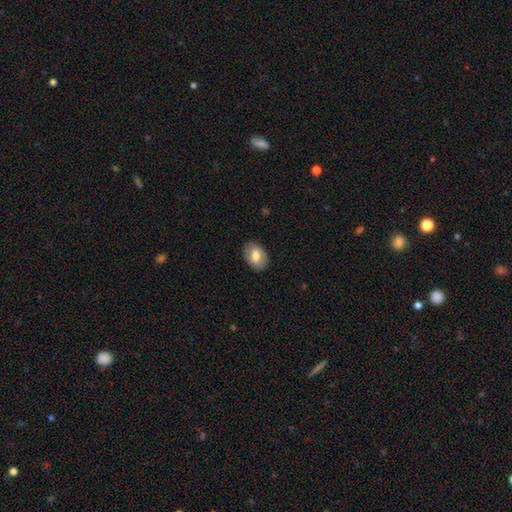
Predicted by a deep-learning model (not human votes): Smooth or featured? Predicted: smooth (p=0.71). How rounded? Predicted: in between (p=0.85). Merging? Predicted: none (p=0.85).